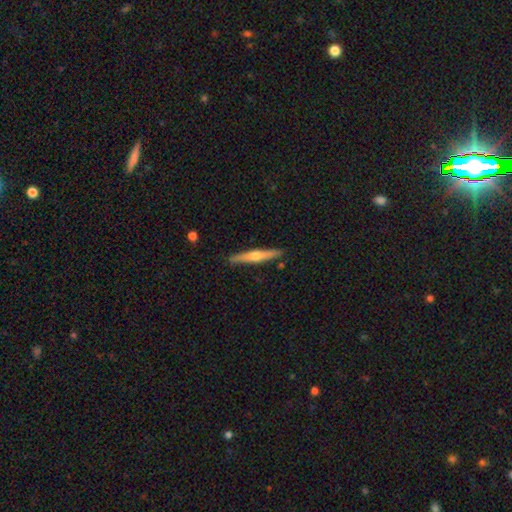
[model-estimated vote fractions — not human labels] Q: Smooth or featured?
A: featured or disk (60%); runner-up: smooth (34%)
Q: Edge-on disk?
A: yes (97%); runner-up: no (3%)
Q: Edge-on bulge?
A: rounded (85%); runner-up: none (11%)
Q: Merging?
A: none (90%); runner-up: minor disturbance (7%)